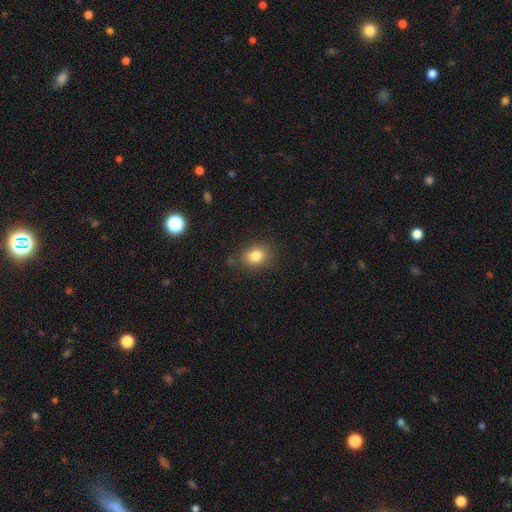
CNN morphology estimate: A smooth galaxy with no disk features (82%) that is round (51%).

Vote fractions:
- Smooth or featured? smooth: 82% / star or artifact: 11% / featured or disk: 7%
- How rounded? round: 51% / in between: 48% / cigar-shaped: 1%
- Merging? none: 84% / minor disturbance: 11% / major disturbance: 3% / merger: 2%